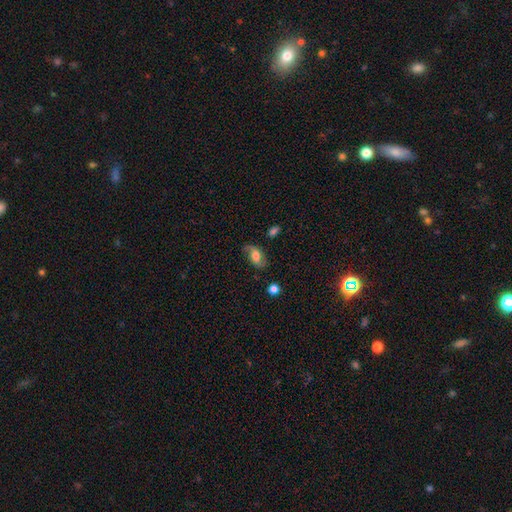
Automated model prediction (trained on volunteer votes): Q: Smooth or featured?
A: featured or disk (53%); runner-up: smooth (38%)
Q: Edge-on disk?
A: no (92%); runner-up: yes (8%)
Q: Merging?
A: none (69%); runner-up: minor disturbance (20%)